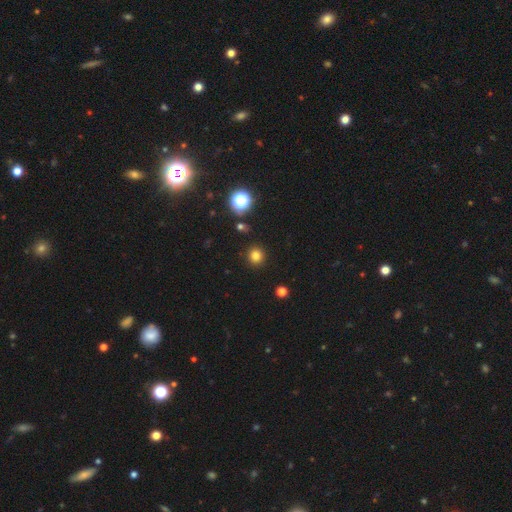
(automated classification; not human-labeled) smooth-or-featured: smooth: 80% | star or artifact: 16% | featured or disk: 5%
  how-rounded: round: 90% | in between: 9% | cigar-shaped: 1%
  merging: none: 90% | minor disturbance: 6% | major disturbance: 2% | merger: 2%